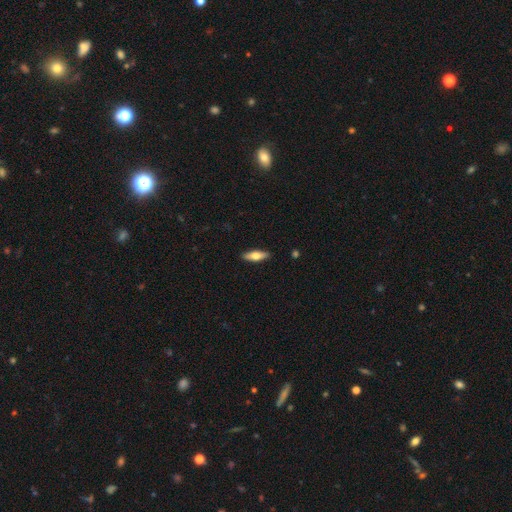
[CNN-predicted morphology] This appears to be a smooth galaxy with no disk features (61%) that is in between round and cigar-shaped (55%). Merging: none (90%).